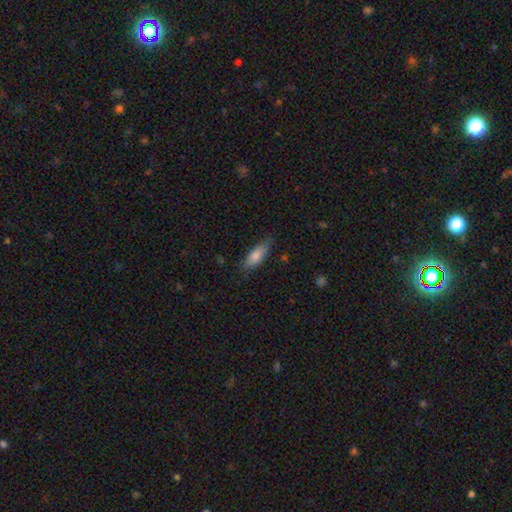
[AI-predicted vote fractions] The model was most divided on "how rounded": in between: 61%, cigar-shaped: 37%, round: 2%. More confident: smooth or featured — smooth (79%); merging — none (77%).